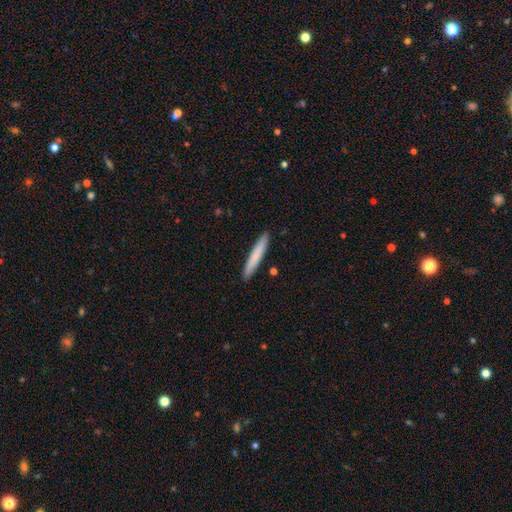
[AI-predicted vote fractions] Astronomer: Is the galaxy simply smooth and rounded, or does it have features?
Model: smooth — 77%.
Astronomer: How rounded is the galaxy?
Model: cigar-shaped — 95%.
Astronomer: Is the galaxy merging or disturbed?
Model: none — 91%.